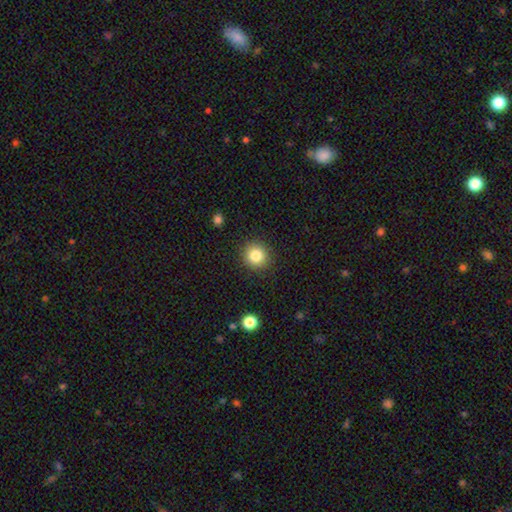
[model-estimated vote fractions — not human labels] Overall: smooth (83%). How rounded: round (92%). Merging: none (90%).